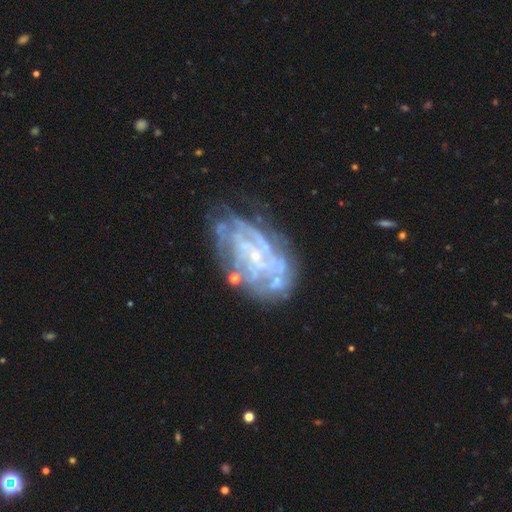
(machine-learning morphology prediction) smooth-or-featured: featured or disk: 82% | smooth: 10% | star or artifact: 8%
  disk-edge-on: no: 96% | yes: 4%
    bar: no: 64% | weak: 28% | strong: 9%
    has-spiral-arms: yes: 80% | no: 20%
      spiral-winding: tight: 59% | medium: 30% | loose: 11%
      spiral-arm-count: can't tell: 49% | 2: 13% | 3: 13% | 4: 13% | more than 4: 8% | 1: 6%
    bulge-size: small: 77% | none: 11% | moderate: 10% | large: 1% | dominant: 1%
  merging: none: 54% | minor disturbance: 24% | major disturbance: 16% | merger: 5%